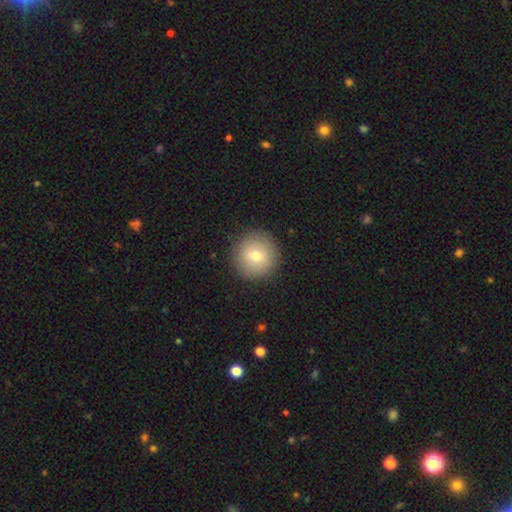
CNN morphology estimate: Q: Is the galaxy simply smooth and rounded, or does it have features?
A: smooth — 75%.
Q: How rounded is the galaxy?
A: round — 95%.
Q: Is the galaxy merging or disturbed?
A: none — 90%.